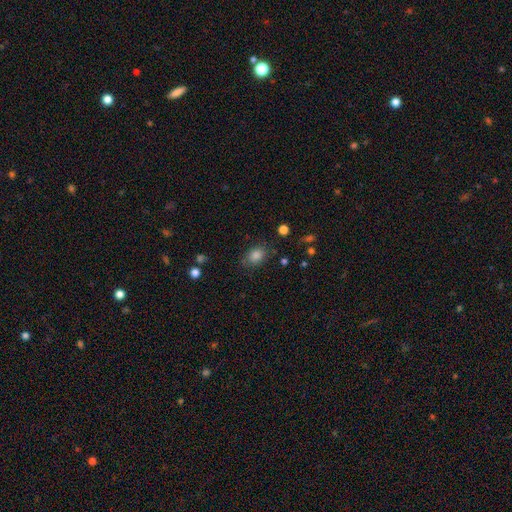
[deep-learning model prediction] A smooth galaxy with no disk features (83%) that is in between round and cigar-shaped (67%). Merging: none (76%).